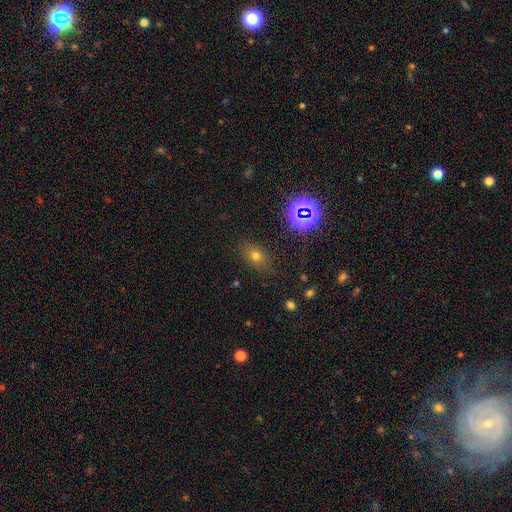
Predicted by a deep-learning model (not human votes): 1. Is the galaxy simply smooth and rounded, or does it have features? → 63% smooth, 25% star or artifact, 12% featured or disk.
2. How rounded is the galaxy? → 64% in between, 33% round, 3% cigar-shaped.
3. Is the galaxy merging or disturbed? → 79% none, 14% minor disturbance, 5% major disturbance, 2% merger.